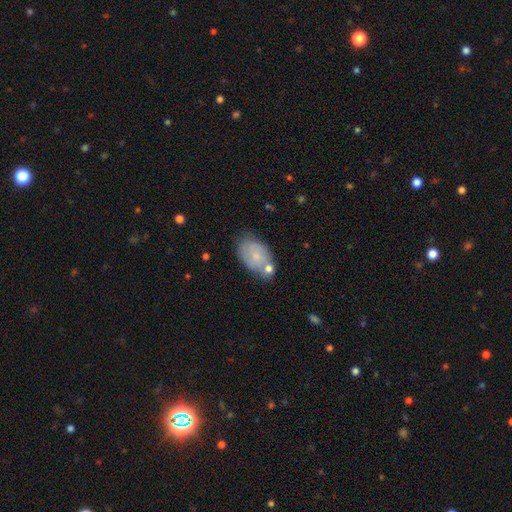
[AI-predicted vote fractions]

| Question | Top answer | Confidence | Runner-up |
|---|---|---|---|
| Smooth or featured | smooth | 63% | featured or disk (29%) |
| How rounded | in between | 89% | round (9%) |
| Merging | none | 52% | minor disturbance (24%) |